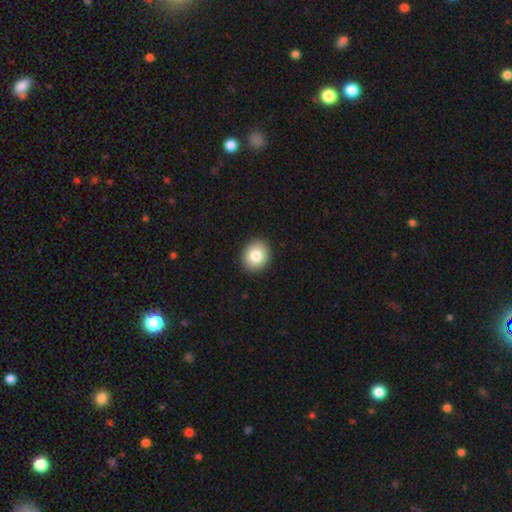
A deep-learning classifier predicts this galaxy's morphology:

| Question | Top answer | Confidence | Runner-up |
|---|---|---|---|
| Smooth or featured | smooth | 82% | featured or disk (9%) |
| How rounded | round | 73% | in between (26%) |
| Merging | none | 92% | minor disturbance (5%) |